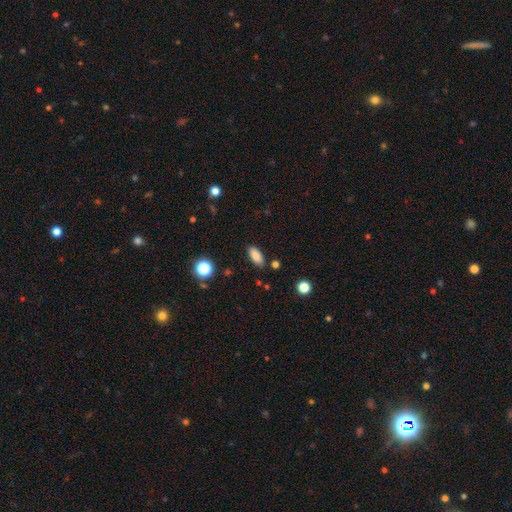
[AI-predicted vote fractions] Smooth or featured?
  - smooth: 84% *
  - star or artifact: 9%
  - featured or disk: 6%
How rounded?
  - in between: 86% *
  - cigar-shaped: 11%
  - round: 3%
Merging?
  - none: 84% *
  - minor disturbance: 11%
  - merger: 3%
  - major disturbance: 3%